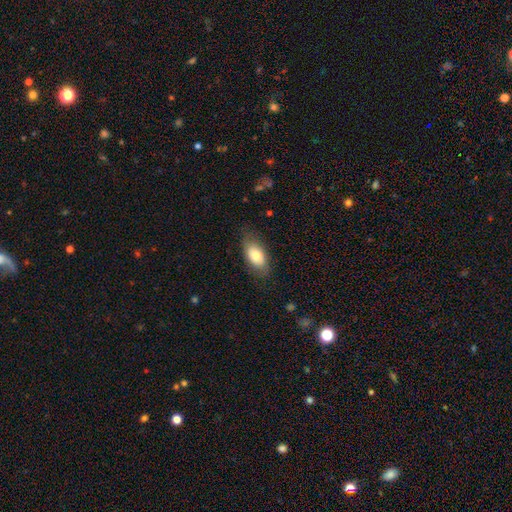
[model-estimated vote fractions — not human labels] This appears to be a smooth galaxy with no disk features (75%) that is in between round and cigar-shaped (91%). Merging: none (76%).